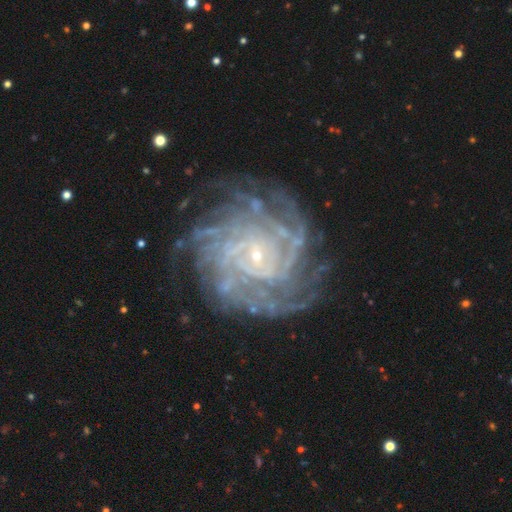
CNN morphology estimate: Smooth or featured? Predicted: featured or disk (p=0.90). Edge-on disk? Predicted: no (p=0.98). Bar? Predicted: no (p=0.66). Spiral arms? Predicted: yes (p=0.98). Spiral winding? Predicted: tight (p=0.77). Spiral arm count? Predicted: more than 4 (p=0.31). Bulge size? Predicted: small (p=0.87). Merging? Predicted: none (p=0.75).